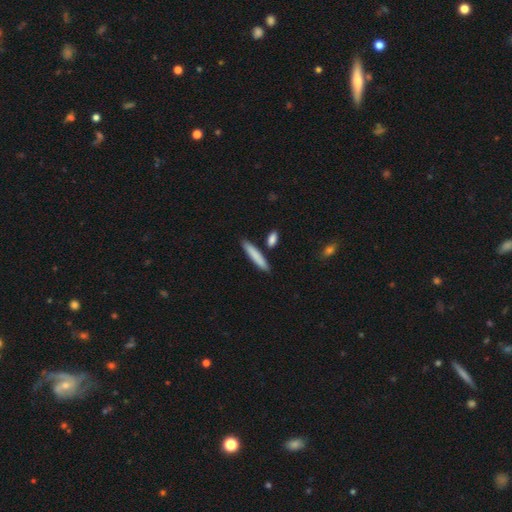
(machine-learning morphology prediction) type=smooth (82%); roundness=cigar-shaped (88%); merging=none (84%).